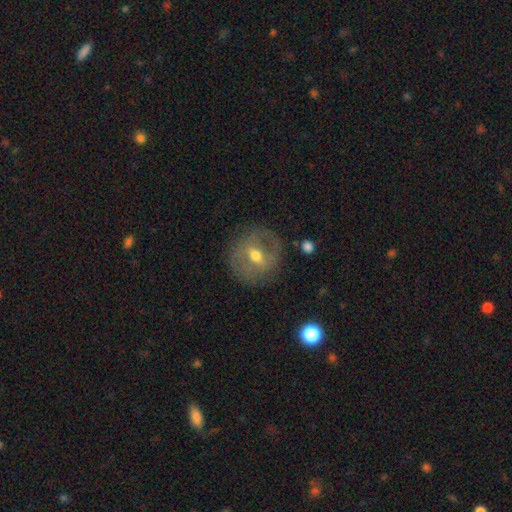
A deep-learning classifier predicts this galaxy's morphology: smooth-or-featured: featured or disk: 60% | smooth: 32% | star or artifact: 8%
  disk-edge-on: no: 92% | yes: 8%
    bar: weak: 46% | strong: 30% | no: 24%
    has-spiral-arms: no: 58% | yes: 42%
    bulge-size: moderate: 73% | small: 20% | large: 5% | none: 1% | dominant: 1%
  merging: none: 77% | minor disturbance: 15% | major disturbance: 7% | merger: 2%